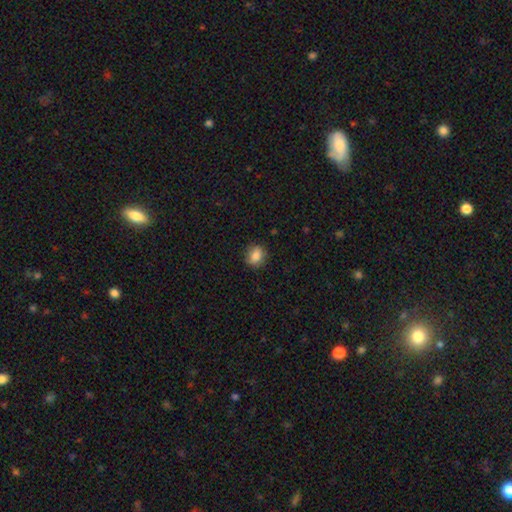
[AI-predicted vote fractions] Smooth or featured? Predicted: smooth (p=0.84). How rounded? Predicted: round (p=0.54). Merging? Predicted: none (p=0.83).